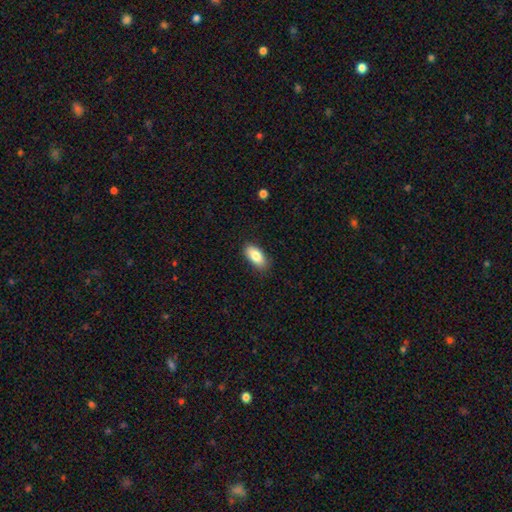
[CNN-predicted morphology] Smooth or featured: smooth — 84% (featured or disk — 9%)
How rounded: in between — 91% (cigar-shaped — 6%)
Merging: none — 85% (minor disturbance — 12%)